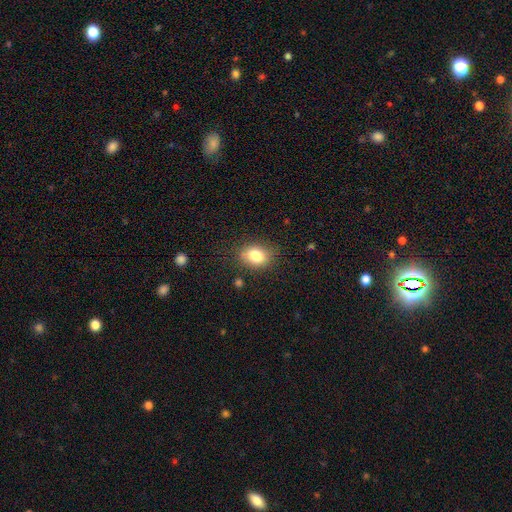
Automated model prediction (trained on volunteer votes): smooth_or_featured: smooth (p=0.82) [alt: star or artifact p=0.09]
how_rounded: in between (p=0.67) [alt: round p=0.32]
merging: none (p=0.80) [alt: minor disturbance p=0.14]